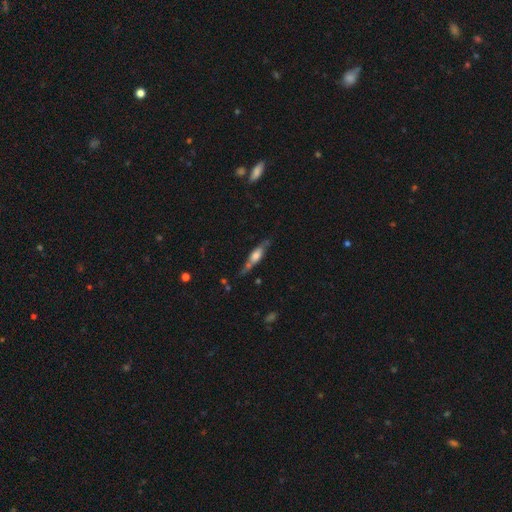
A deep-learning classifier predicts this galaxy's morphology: A featured or disk galaxy (51%) viewed edge-on (79%). Merging: none (59%).